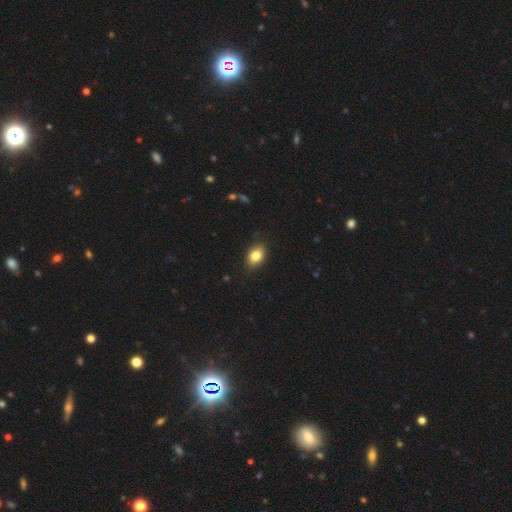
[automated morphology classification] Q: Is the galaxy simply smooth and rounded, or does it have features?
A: smooth — 83%.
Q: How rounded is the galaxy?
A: in between — 79%.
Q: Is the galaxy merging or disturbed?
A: none — 86%.